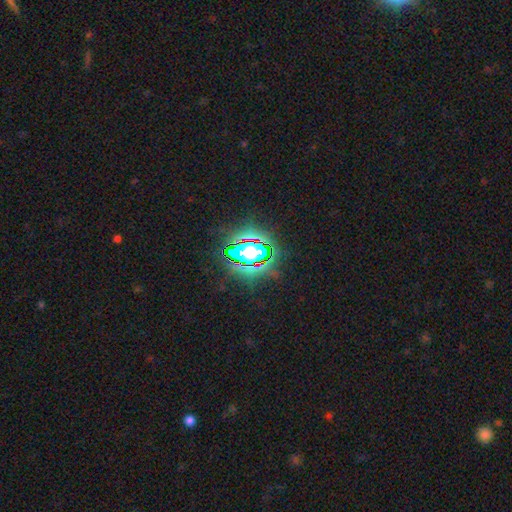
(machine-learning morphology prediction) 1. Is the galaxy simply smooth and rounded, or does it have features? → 83% star or artifact, 11% smooth, 6% featured or disk.